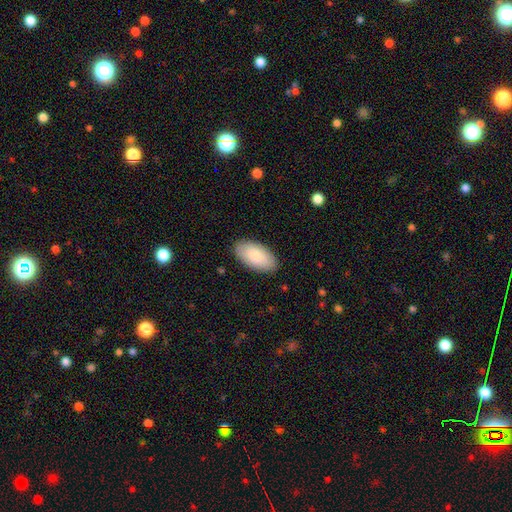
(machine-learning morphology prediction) smooth_or_featured: smooth (p=0.84) [alt: featured or disk p=0.10]
how_rounded: in between (p=0.96) [alt: cigar-shaped p=0.02]
merging: none (p=0.87) [alt: minor disturbance p=0.10]